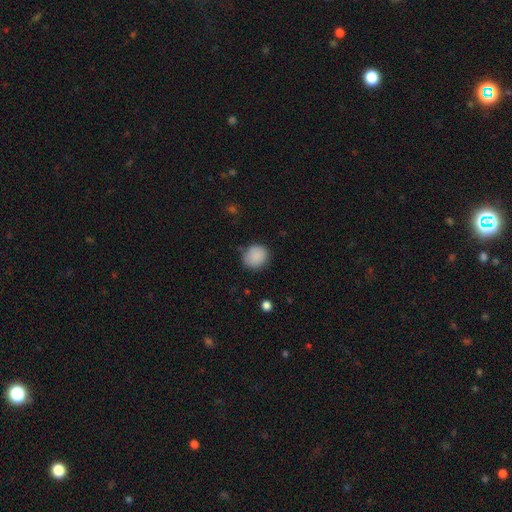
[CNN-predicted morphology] The model was most divided on "how rounded": round: 80%, in between: 19%, cigar-shaped: 1%. More confident: smooth or featured — smooth (88%); merging — none (78%).